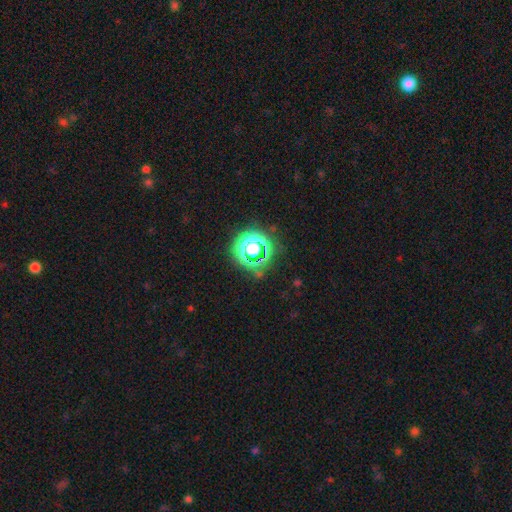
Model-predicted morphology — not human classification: Smooth or featured? Predicted: star or artifact (p=0.78).